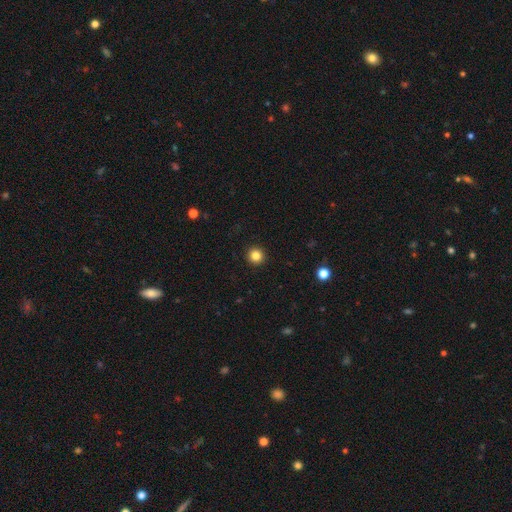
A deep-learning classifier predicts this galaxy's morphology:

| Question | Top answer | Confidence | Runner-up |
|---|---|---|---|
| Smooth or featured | smooth | 84% | star or artifact (12%) |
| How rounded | round | 96% | in between (3%) |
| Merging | none | 94% | minor disturbance (4%) |